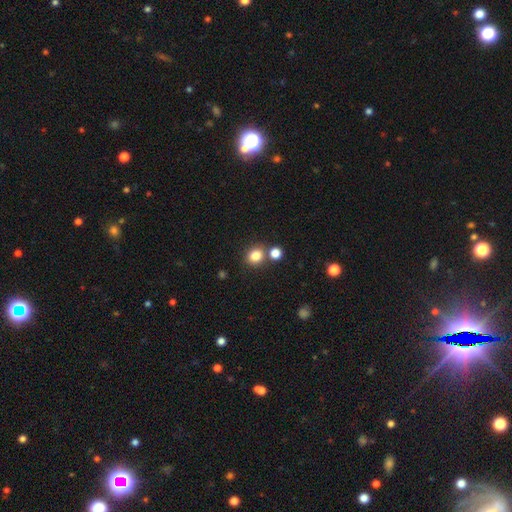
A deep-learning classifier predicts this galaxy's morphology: Smooth or featured: smooth — 82% (star or artifact — 13%)
How rounded: round — 79% (in between — 20%)
Merging: none — 74% (merger — 15%)